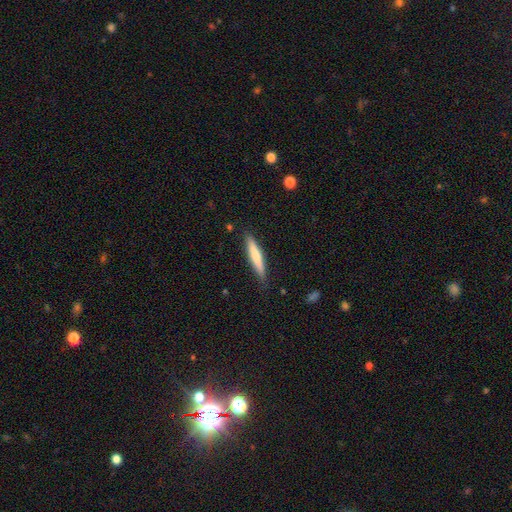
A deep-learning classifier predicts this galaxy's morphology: A smooth galaxy with no disk features (66%) that is cigar-shaped (92%). Merging: none (85%).